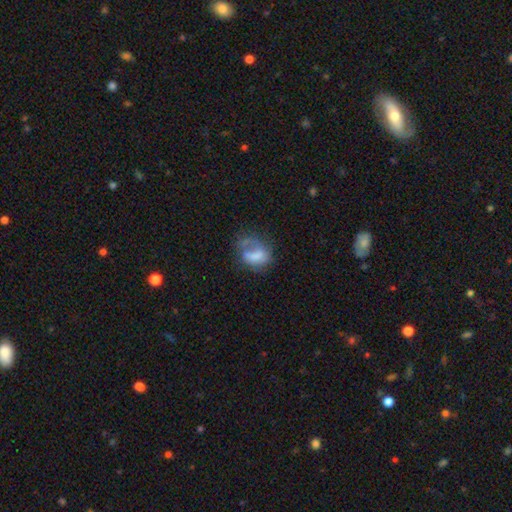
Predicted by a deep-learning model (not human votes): The model was most divided on "merging": major disturbance: 43%, none: 28%, minor disturbance: 23%, merger: 6%. More confident: how rounded — in between (64%); smooth or featured — smooth (53%).